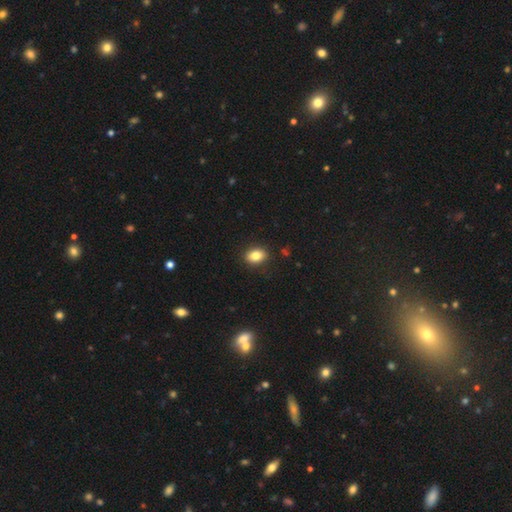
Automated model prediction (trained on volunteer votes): Smooth or featured? Predicted: smooth (p=0.84). How rounded? Predicted: in between (p=0.79). Merging? Predicted: none (p=0.88).